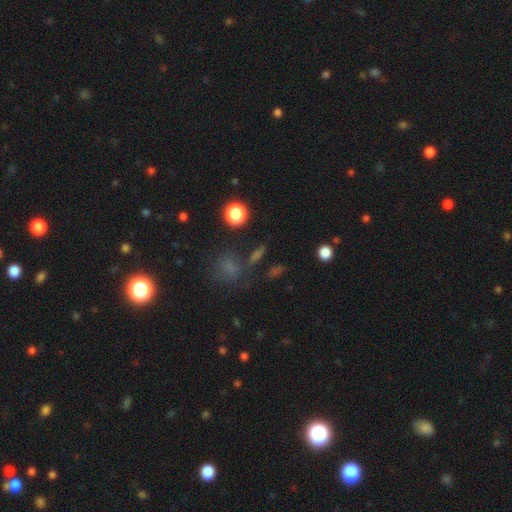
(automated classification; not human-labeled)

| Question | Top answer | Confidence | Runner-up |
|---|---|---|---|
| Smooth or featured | smooth | 51% | star or artifact (37%) |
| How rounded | round | 57% | in between (33%) |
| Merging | none | 72% | minor disturbance (12%) |